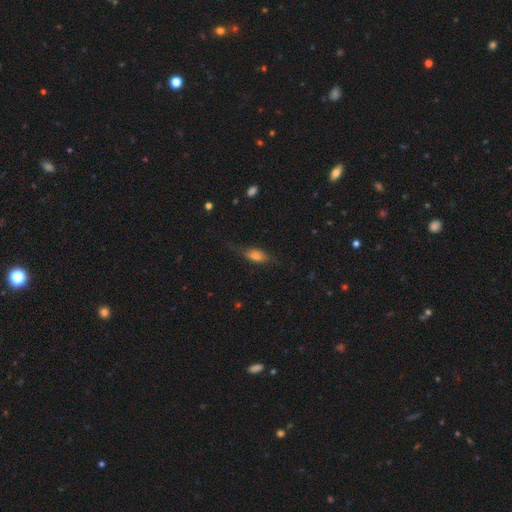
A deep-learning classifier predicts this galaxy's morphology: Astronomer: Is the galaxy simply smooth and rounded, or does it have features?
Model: smooth — 56% (runner-up: featured or disk, 35%).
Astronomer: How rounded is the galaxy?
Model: in between — 74%.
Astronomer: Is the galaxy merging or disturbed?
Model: none — 57%.